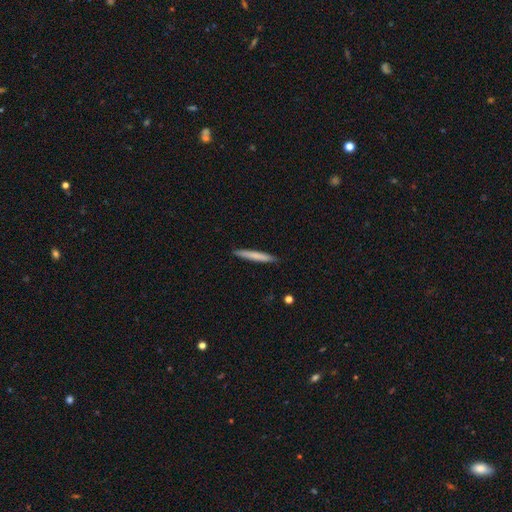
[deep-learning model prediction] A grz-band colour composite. It shows a smooth galaxy with no disk features (75%) that is cigar-shaped (96%). Merging: none (90%).